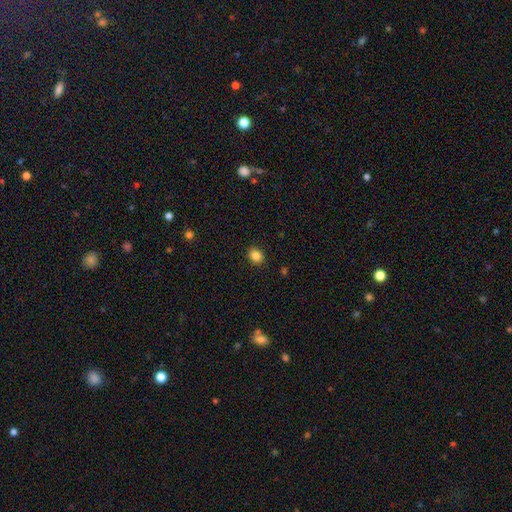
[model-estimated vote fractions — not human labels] smooth 84%, star or artifact 11%, featured or disk 5%. Down the decision tree: how rounded — round (66%); merging — none (91%).